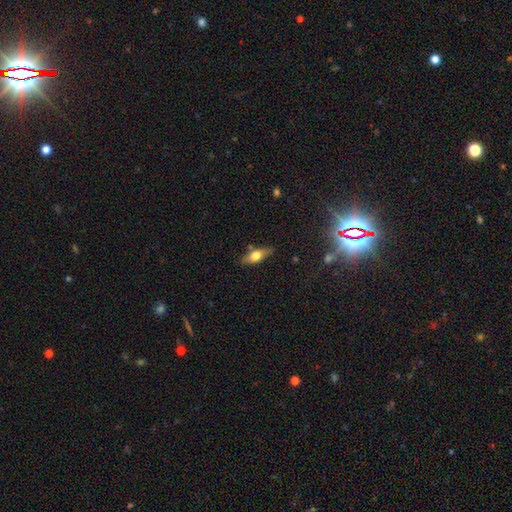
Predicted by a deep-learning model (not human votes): Smooth or featured? Predicted: smooth (p=0.56). How rounded? Predicted: in between (p=0.63). Merging? Predicted: none (p=0.79).